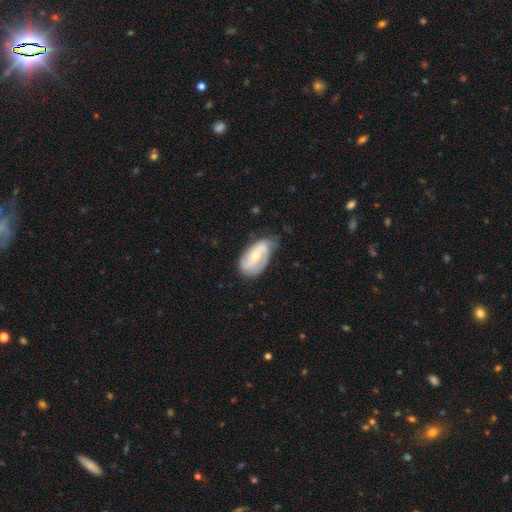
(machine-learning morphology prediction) A featured or disk galaxy (69%) with no bar (49%), 2 (63%) medium (41%) spiral arms (90%) and a moderate central bulge (50%).

Vote fractions:
- Smooth or featured? featured or disk: 69% / smooth: 25% / star or artifact: 6%
- Edge-on disk? no: 96% / yes: 4%
- Bar? no: 49% / weak: 38% / strong: 13%
- Spiral arms? yes: 90% / no: 10%
- Spiral winding? medium: 41% / tight: 35% / loose: 23%
- Spiral arm count? 2: 63% / can't tell: 17% / 1: 10% / 3: 8% / 4: 2% / more than 4: 1%
- Bulge size? moderate: 50% / small: 43% / large: 3% / none: 2% / dominant: 1%
- Merging? none: 56% / minor disturbance: 32% / major disturbance: 11% / merger: 2%